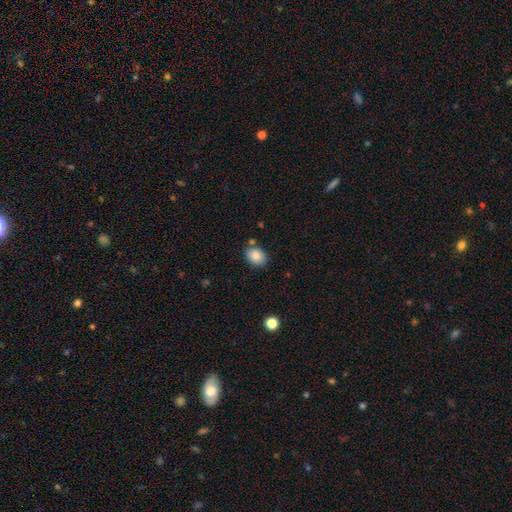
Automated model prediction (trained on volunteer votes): smooth-or-featured: smooth: 85% | star or artifact: 8% | featured or disk: 6%
  how-rounded: in between: 57% | round: 42% | cigar-shaped: 1%
  merging: none: 76% | minor disturbance: 14% | merger: 7% | major disturbance: 3%